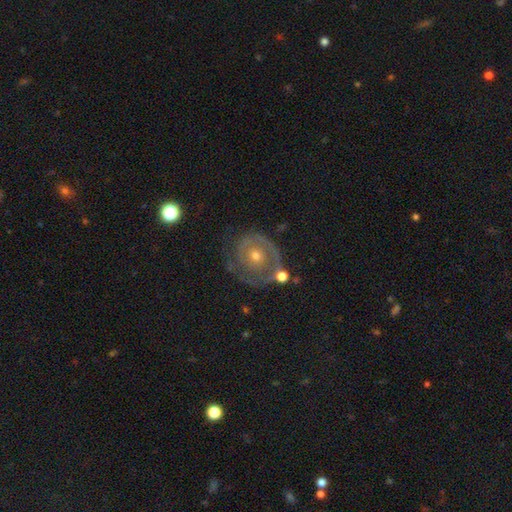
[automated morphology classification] Smooth or featured? Predicted: featured or disk (p=0.76). Edge-on disk? Predicted: no (p=0.97). Bar? Predicted: no (p=0.83). Spiral arms? Predicted: yes (p=0.77). Spiral winding? Predicted: tight (p=0.72). Spiral arm count? Predicted: 2 (p=0.31, tied with can't tell). Bulge size? Predicted: moderate (p=0.50). Merging? Predicted: none (p=0.63).